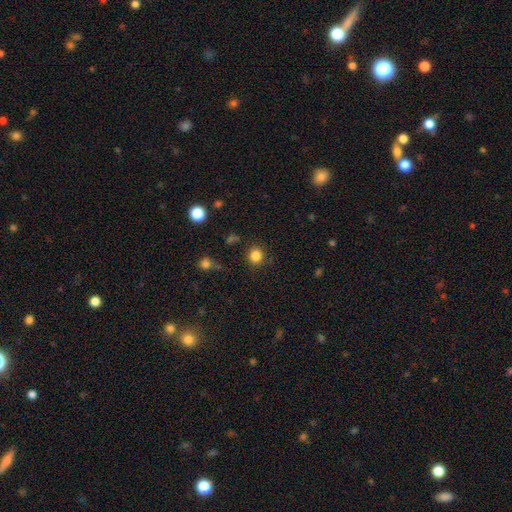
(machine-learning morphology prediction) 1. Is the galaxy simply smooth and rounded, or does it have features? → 83% smooth, 12% star or artifact, 5% featured or disk.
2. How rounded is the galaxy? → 87% round, 13% in between, 1% cigar-shaped.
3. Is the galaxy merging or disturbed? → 87% none, 8% minor disturbance, 3% major disturbance, 2% merger.